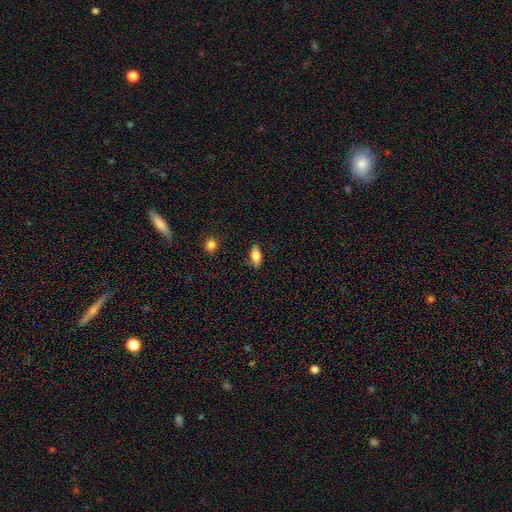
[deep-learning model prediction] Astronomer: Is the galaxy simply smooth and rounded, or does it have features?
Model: smooth — 78%.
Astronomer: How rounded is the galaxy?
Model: in between — 84%.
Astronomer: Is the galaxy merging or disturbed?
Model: none — 78%.